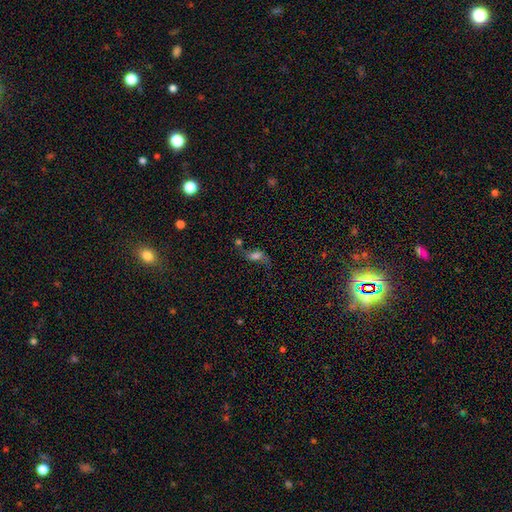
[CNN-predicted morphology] Overall: smooth (48%; featured or disk 35%). Merging: none (42%; minor disturbance 22%).